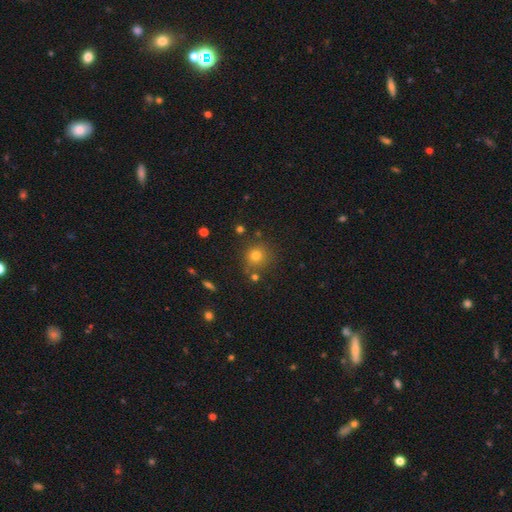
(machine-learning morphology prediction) Smooth or featured? smooth (75%)
How rounded? round (90%)
Merging? none (78%)